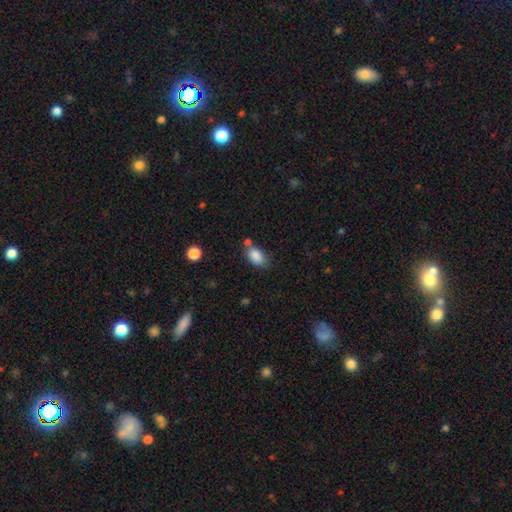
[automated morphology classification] The model was most divided on "merging": none: 56%, minor disturbance: 21%, merger: 17%, major disturbance: 6%. More confident: how rounded — in between (88%); smooth or featured — smooth (86%).